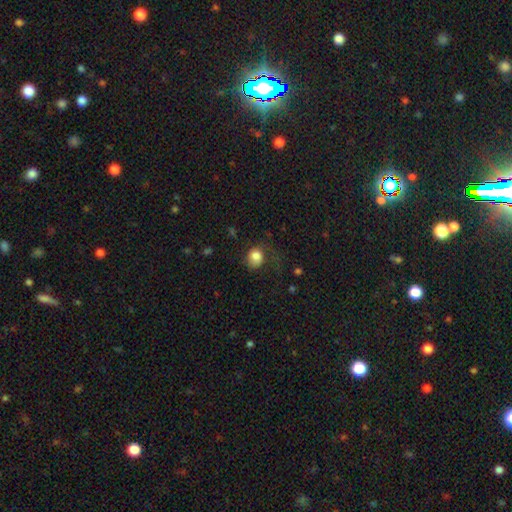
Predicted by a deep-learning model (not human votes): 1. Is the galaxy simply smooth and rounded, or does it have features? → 81% smooth, 10% featured or disk, 9% star or artifact.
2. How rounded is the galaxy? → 71% round, 28% in between, 1% cigar-shaped.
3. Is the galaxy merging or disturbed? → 48% none, 27% major disturbance, 23% minor disturbance, 2% merger.